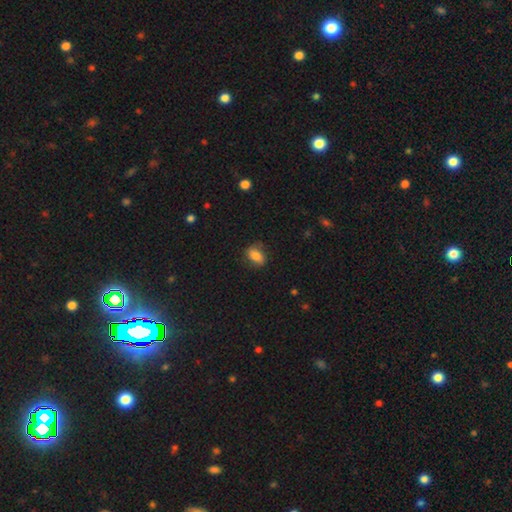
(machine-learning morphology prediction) Smooth or featured? smooth (78%)
How rounded? in between (82%)
Merging? none (74%)